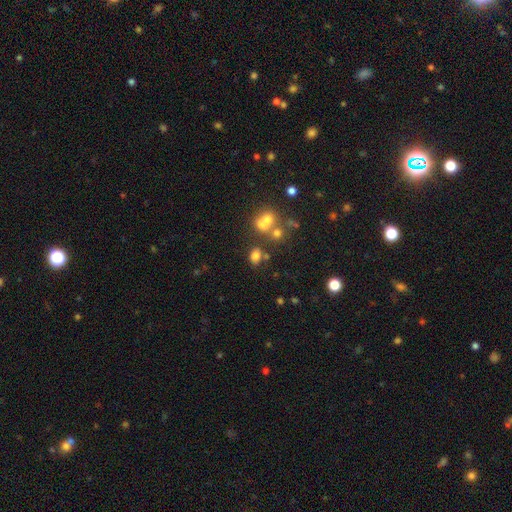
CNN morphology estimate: Overall: smooth (74%). How rounded: in between (67%; round 31%). Merging: none (61%; merger 21%).